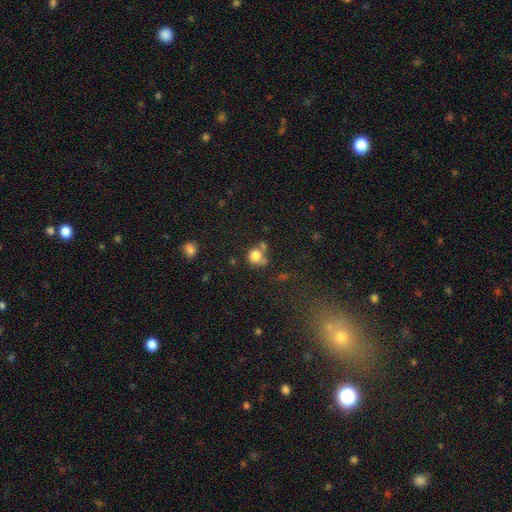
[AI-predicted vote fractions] Morphology: type=smooth (79%); roundness=round (80%); merging=none (47%).